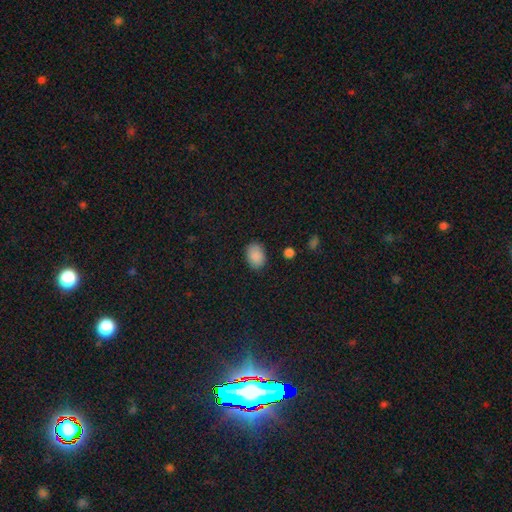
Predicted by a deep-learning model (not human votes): This is clearly a smooth galaxy (88%). How rounded: likely in between (79%). Merging: clearly none (86%).